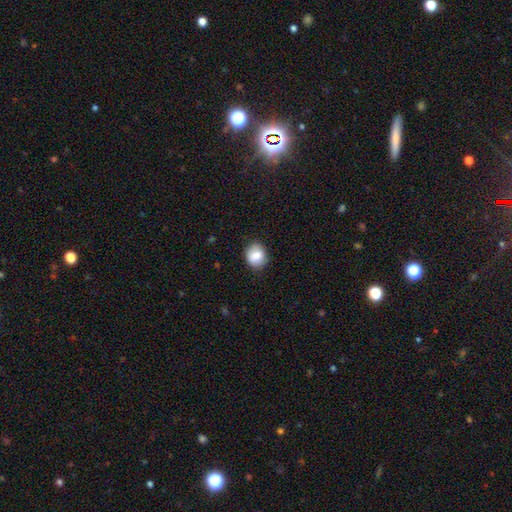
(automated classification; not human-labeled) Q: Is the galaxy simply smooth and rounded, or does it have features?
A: smooth — 83%.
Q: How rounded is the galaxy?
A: round — 68%.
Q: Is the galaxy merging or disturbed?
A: none — 83%.